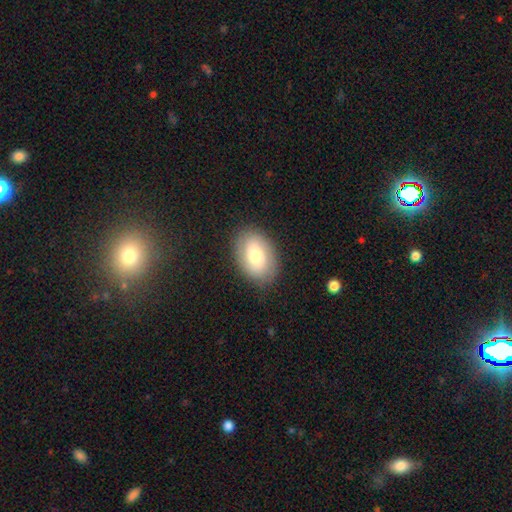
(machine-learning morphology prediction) Smooth or featured? Predicted: smooth (p=0.60). How rounded? Predicted: in between (p=0.83). Merging? Predicted: none (p=0.84).